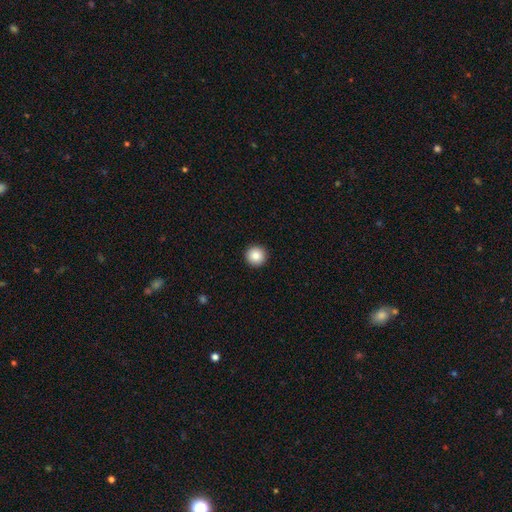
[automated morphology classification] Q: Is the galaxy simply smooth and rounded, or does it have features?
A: smooth — 86%.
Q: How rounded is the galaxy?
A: round — 96%.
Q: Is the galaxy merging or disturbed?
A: none — 94%.